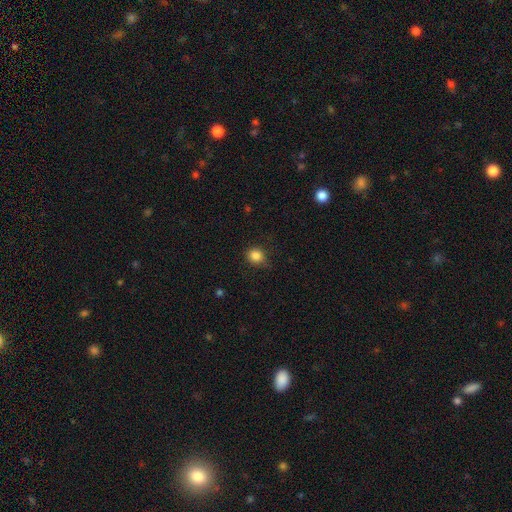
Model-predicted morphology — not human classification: This is clearly a smooth galaxy (85%). How rounded: clearly round (83%). Merging: likely none (76%).